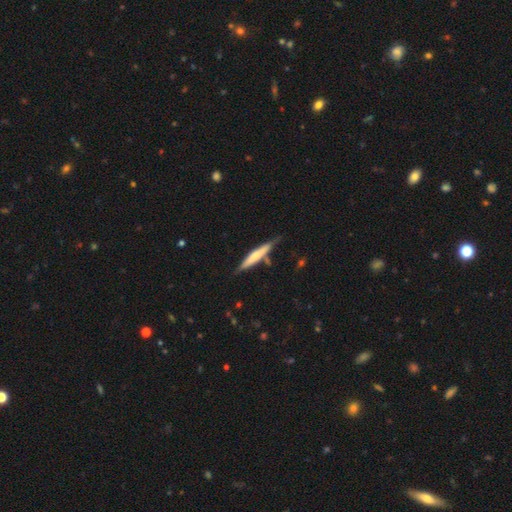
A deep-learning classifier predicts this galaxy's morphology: A smooth galaxy with no disk features (51%) that is cigar-shaped (92%). Merging: none (73%).